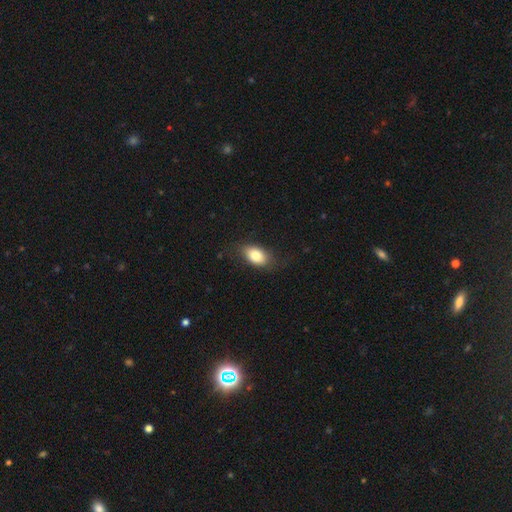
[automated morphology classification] A smooth galaxy with no disk features (81%) that is in between round and cigar-shaped (88%). Merging: none (76%).